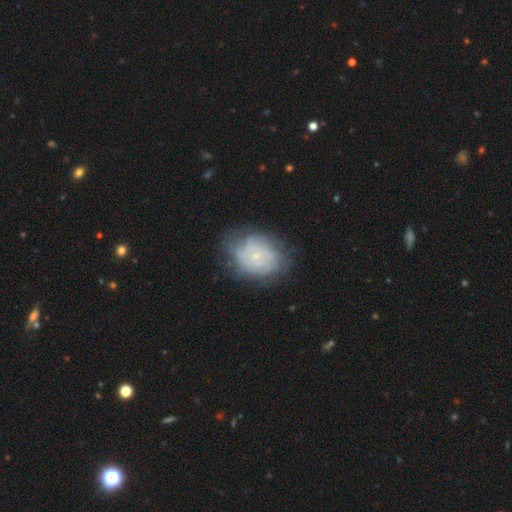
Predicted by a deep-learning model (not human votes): Smooth or featured? featured or disk (57%)
Edge-on disk? no (97%)
Bar? no (83%)
Spiral arms? yes (78%)
Bulge size? small (83%)
Merging? none (68%)